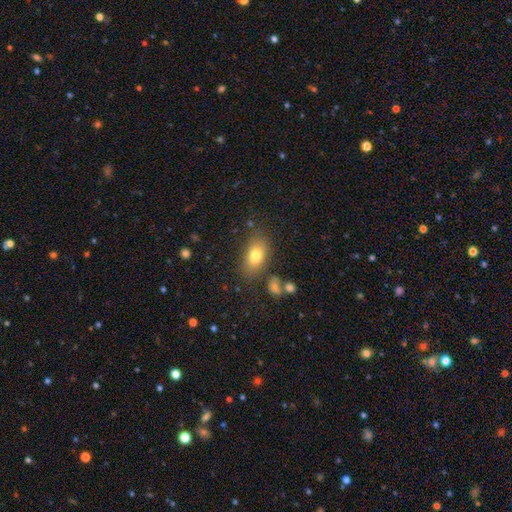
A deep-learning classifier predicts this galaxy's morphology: A smooth galaxy with no disk features (76%) that is in between round and cigar-shaped (86%).

Vote fractions:
- Smooth or featured? smooth: 76% / featured or disk: 14% / star or artifact: 10%
- How rounded? in between: 86% / round: 11% / cigar-shaped: 3%
- Merging? none: 78% / minor disturbance: 14% / major disturbance: 5% / merger: 4%